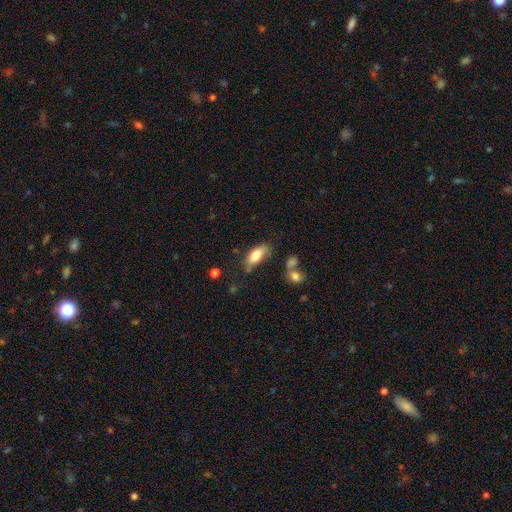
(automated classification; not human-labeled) Smooth or featured? Predicted: smooth (p=0.78). How rounded? Predicted: in between (p=0.84). Merging? Predicted: none (p=0.54).